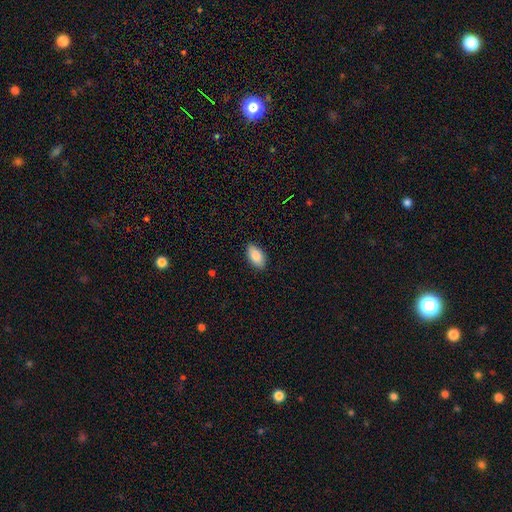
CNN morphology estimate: Q: Smooth or featured?
A: smooth (84%); runner-up: featured or disk (10%)
Q: How rounded?
A: in between (93%); runner-up: round (4%)
Q: Merging?
A: none (88%); runner-up: minor disturbance (9%)